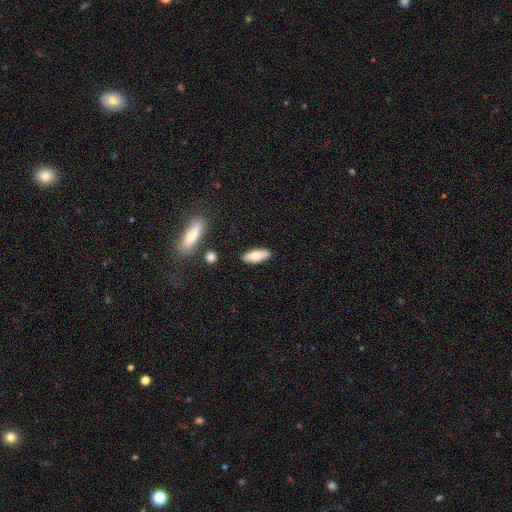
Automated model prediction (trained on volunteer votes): Smooth or featured? Predicted: smooth (p=0.77). How rounded? Predicted: in between (p=0.73). Merging? Predicted: none (p=0.87).